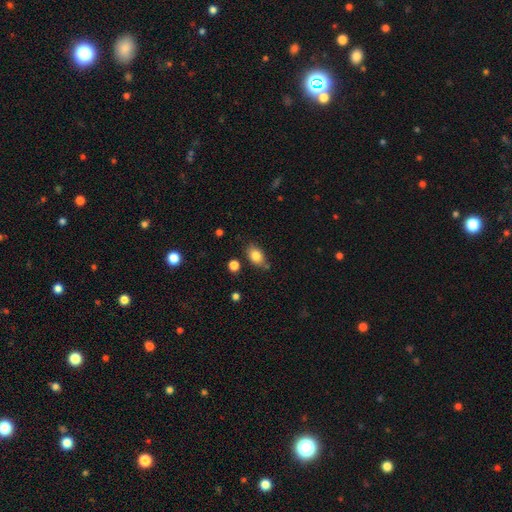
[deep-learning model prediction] Q: Smooth or featured?
A: smooth (82%); runner-up: star or artifact (9%)
Q: How rounded?
A: in between (77%); runner-up: round (21%)
Q: Merging?
A: none (71%); runner-up: minor disturbance (19%)